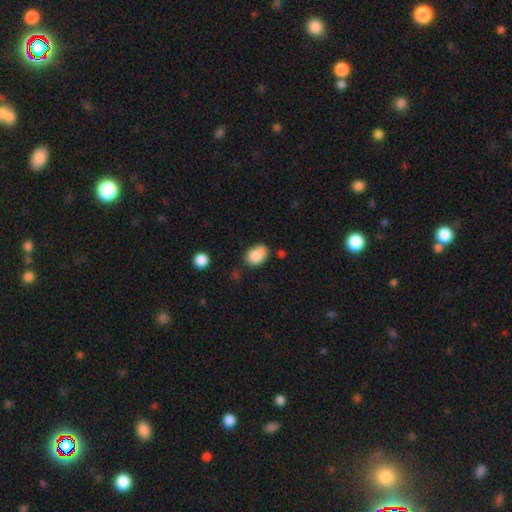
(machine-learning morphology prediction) smooth 84%, star or artifact 8%, featured or disk 8%. Down the decision tree: how rounded — in between (74%); merging — none (58%).